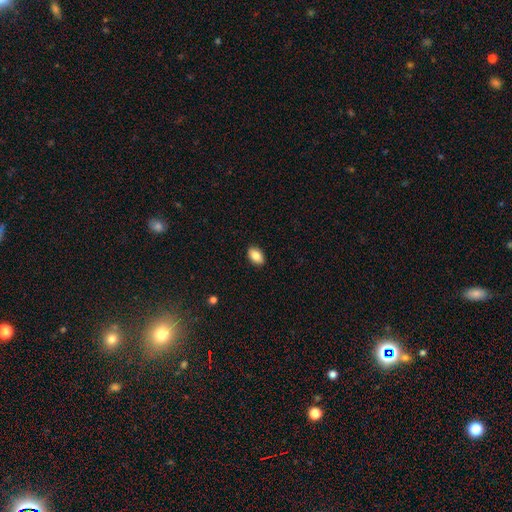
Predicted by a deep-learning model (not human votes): A smooth galaxy with no disk features (84%) that is in between round and cigar-shaped (90%).

Vote fractions:
- Smooth or featured? smooth: 84% / featured or disk: 8% / star or artifact: 7%
- How rounded? in between: 90% / round: 8% / cigar-shaped: 2%
- Merging? none: 90% / minor disturbance: 8% / major disturbance: 2% / merger: 1%